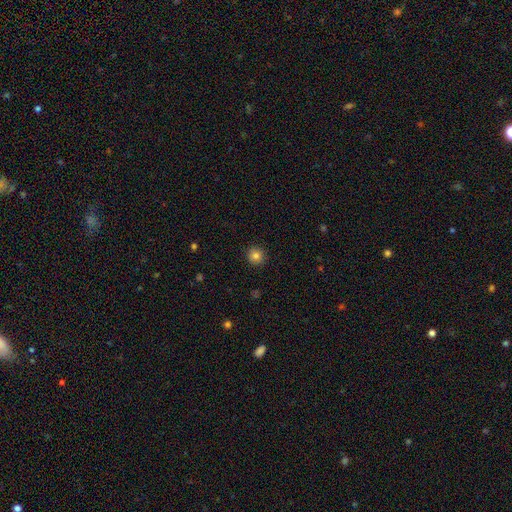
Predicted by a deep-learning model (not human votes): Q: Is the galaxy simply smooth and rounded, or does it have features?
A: smooth — 82%.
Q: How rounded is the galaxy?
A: round — 94%.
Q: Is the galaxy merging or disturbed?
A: none — 92%.